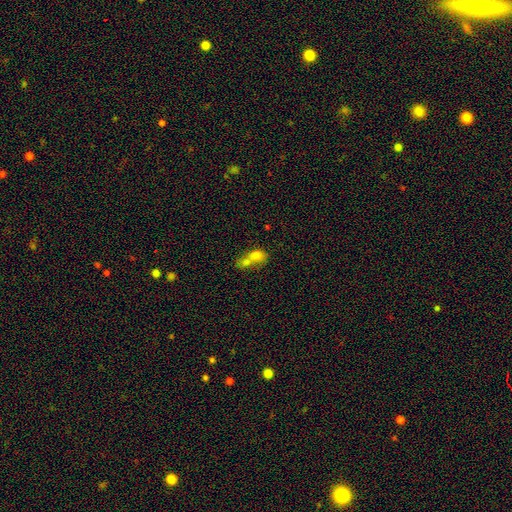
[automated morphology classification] A smooth galaxy with no disk features (72%) that is in between round and cigar-shaped (61%).

Vote fractions:
- Smooth or featured? smooth: 72% / featured or disk: 18% / star or artifact: 10%
- How rounded? in between: 61% / round: 35% / cigar-shaped: 3%
- Merging? merger: 75% / none: 15% / minor disturbance: 6% / major disturbance: 5%